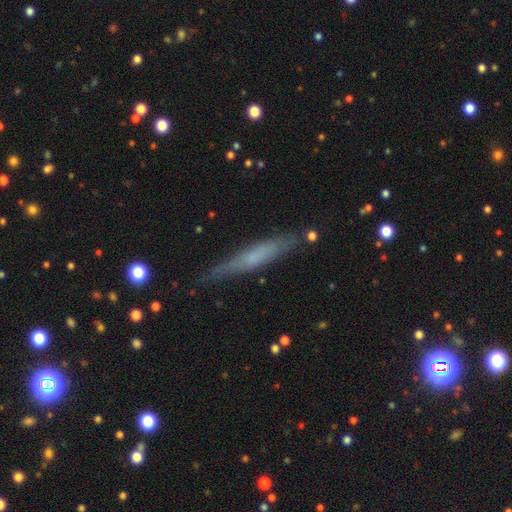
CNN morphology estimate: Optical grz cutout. It shows a smooth galaxy with no disk features (50%) that is cigar-shaped (91%). Merging: none (80%).